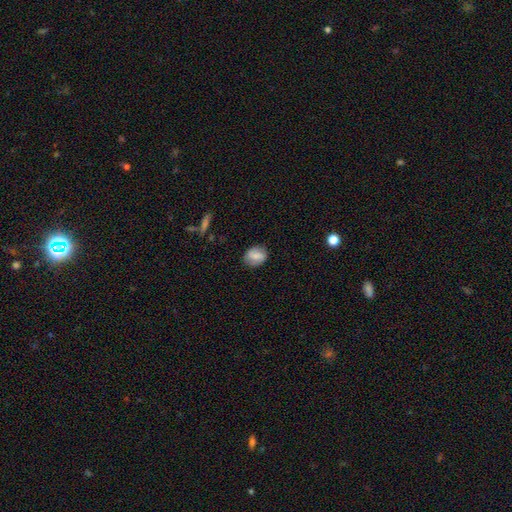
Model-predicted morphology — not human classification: Q: Smooth or featured?
A: smooth (65%); runner-up: featured or disk (26%)
Q: How rounded?
A: in between (52%); runner-up: round (47%)
Q: Merging?
A: none (78%); runner-up: minor disturbance (16%)